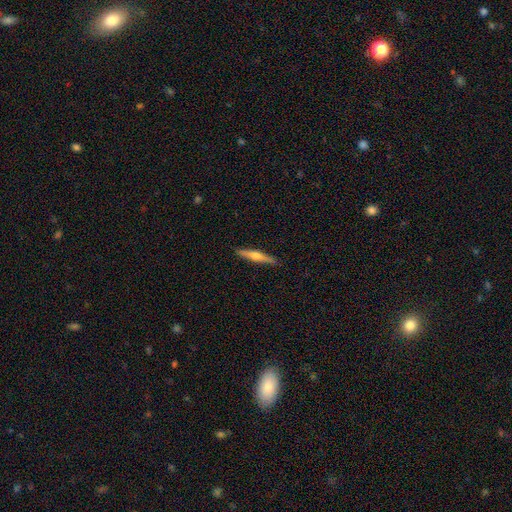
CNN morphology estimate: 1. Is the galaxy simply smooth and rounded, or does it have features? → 59% featured or disk, 36% smooth, 5% star or artifact.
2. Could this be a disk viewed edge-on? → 97% yes, 3% no.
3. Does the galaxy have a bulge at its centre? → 89% rounded, 6% none, 5% boxy.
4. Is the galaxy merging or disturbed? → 90% none, 7% minor disturbance, 1% major disturbance, 1% merger.